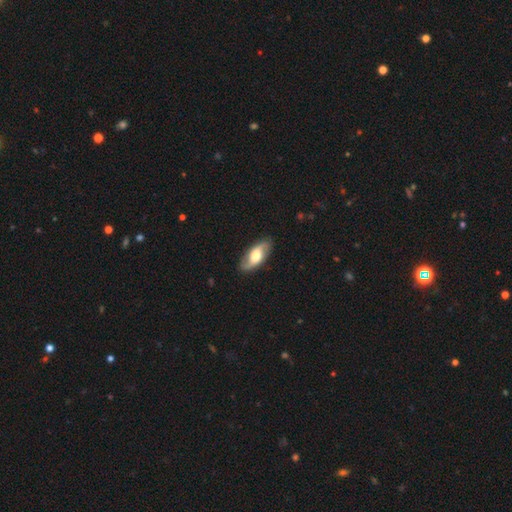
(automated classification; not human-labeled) A featured or disk galaxy (64%) with no bar (53%), spiral arms (85%) and a moderate central bulge (59%). Merging: none (87%).